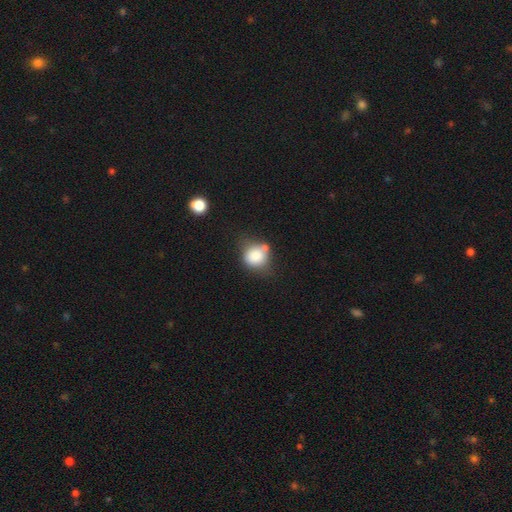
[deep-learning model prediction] smooth_or_featured: smooth (p=0.81) [alt: featured or disk p=0.09]
how_rounded: round (p=0.78) [alt: in between p=0.21]
merging: none (p=0.49) [alt: minor disturbance p=0.24]